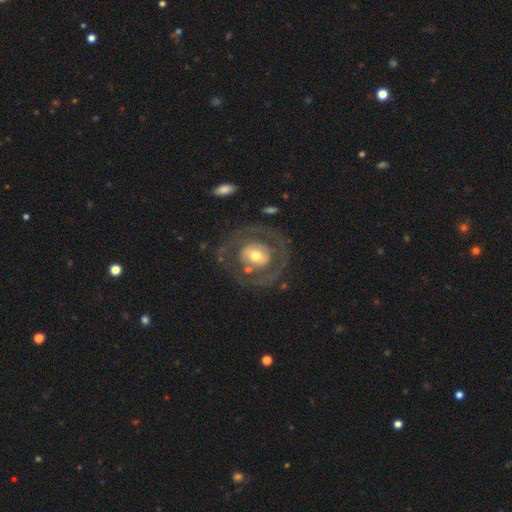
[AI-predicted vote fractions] This appears to be a featured or disk galaxy (64%) with no bar (68%), no spiral arms (66%) and a moderate central bulge (63%). Merging: none (72%).